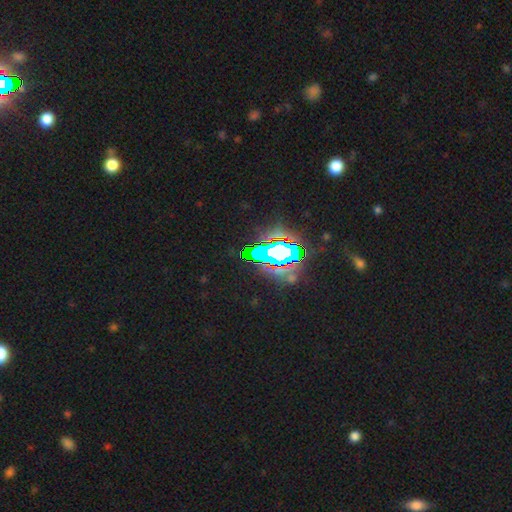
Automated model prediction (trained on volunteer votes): Smooth or featured? star or artifact (71%)